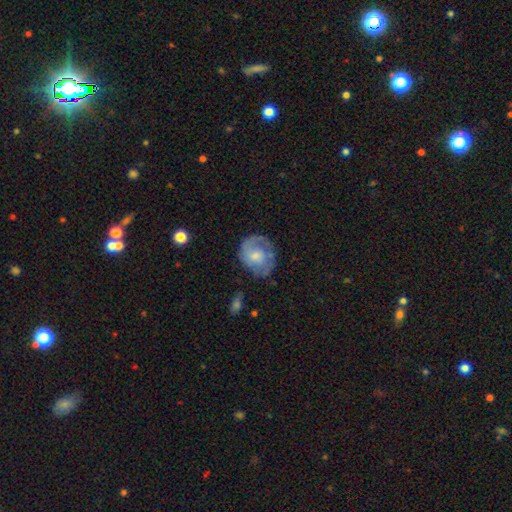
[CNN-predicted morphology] type=featured or disk (59%); edge-on=no (97%); bar=no (71%); spiral arms=yes (76%); bulge=small (53%); merging=none (61%).